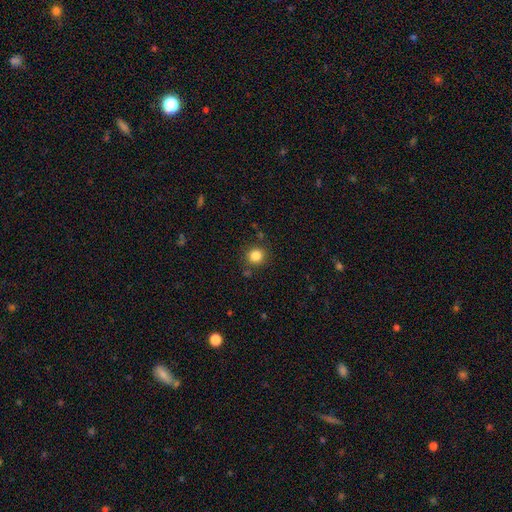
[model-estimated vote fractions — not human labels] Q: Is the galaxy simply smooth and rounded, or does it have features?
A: smooth — 84%.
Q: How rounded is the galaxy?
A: round — 90%.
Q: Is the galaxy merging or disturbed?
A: none — 86%.